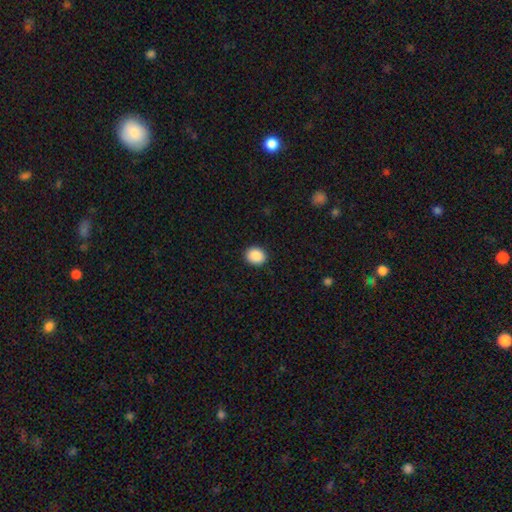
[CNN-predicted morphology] A smooth galaxy with no disk features (90%) that is round (64%). Merging: none (91%).